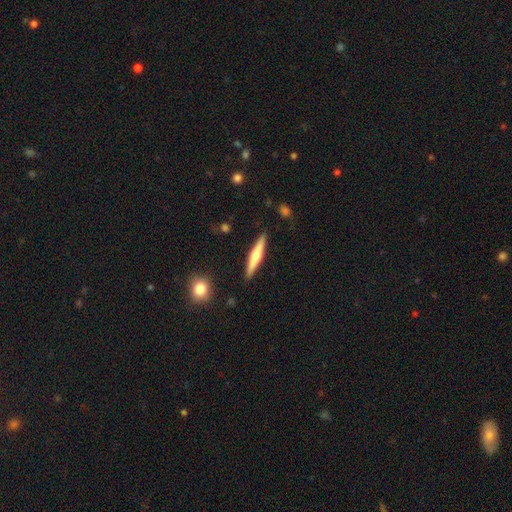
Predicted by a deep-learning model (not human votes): The model was most divided on "smooth or featured": featured or disk: 52%, smooth: 43%, star or artifact: 6%. More confident: edge-on disk — yes (97%); merging — none (90%).